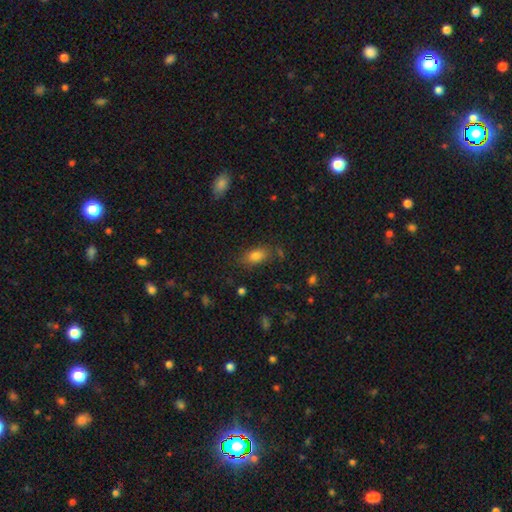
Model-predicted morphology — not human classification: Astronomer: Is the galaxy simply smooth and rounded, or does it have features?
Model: smooth — 81%.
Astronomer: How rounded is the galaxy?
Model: in between — 85%.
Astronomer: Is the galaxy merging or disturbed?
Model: none — 77%.